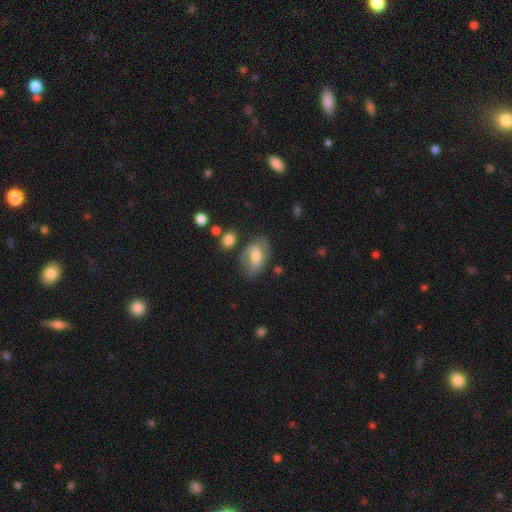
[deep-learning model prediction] This is possibly a featured or disk galaxy (55%). It is clearly not viewed edge-on (94%). Bar: marginally weak (42%). Spiral arm pattern: likely yes (76%). Central bulge: possibly moderate (56%). Merging: likely none (62%).